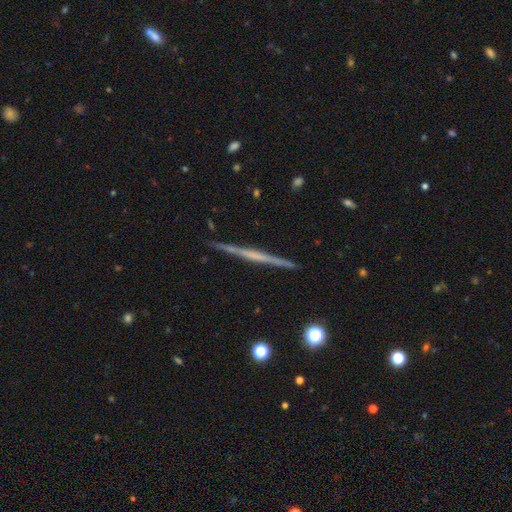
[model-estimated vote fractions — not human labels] Overall: featured or disk (69%). Edge-on disk: yes (98%). Edge-on bulge: none (73%). Merging: none (91%).